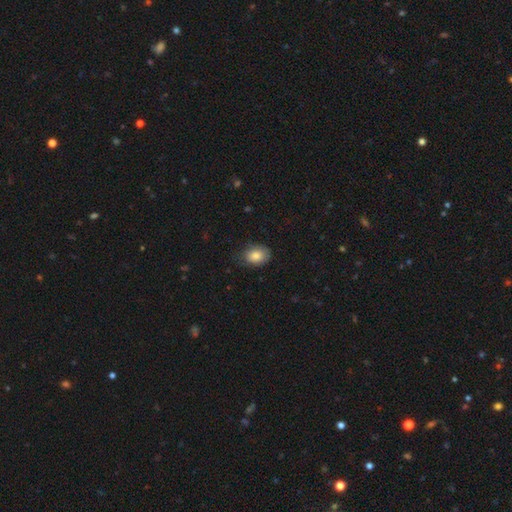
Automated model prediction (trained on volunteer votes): A smooth galaxy with no disk features (80%) that is in between round and cigar-shaped (74%). Merging: none (69%).